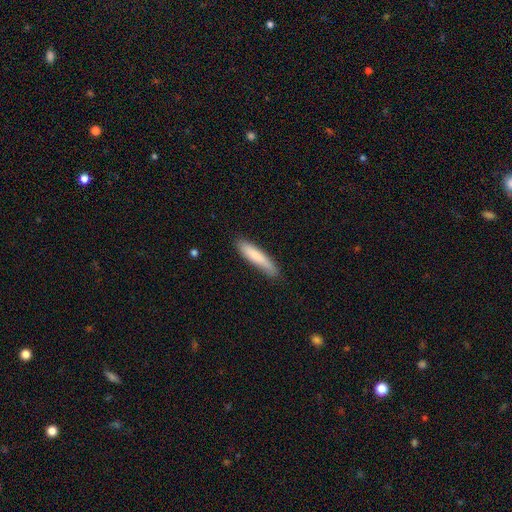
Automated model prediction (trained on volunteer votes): A smooth galaxy with no disk features (81%) that is cigar-shaped (85%).

Vote fractions:
- Smooth or featured? smooth: 81% / featured or disk: 13% / star or artifact: 5%
- How rounded? cigar-shaped: 85% / in between: 14% / round: 1%
- Merging? none: 76% / minor disturbance: 19% / major disturbance: 3% / merger: 2%